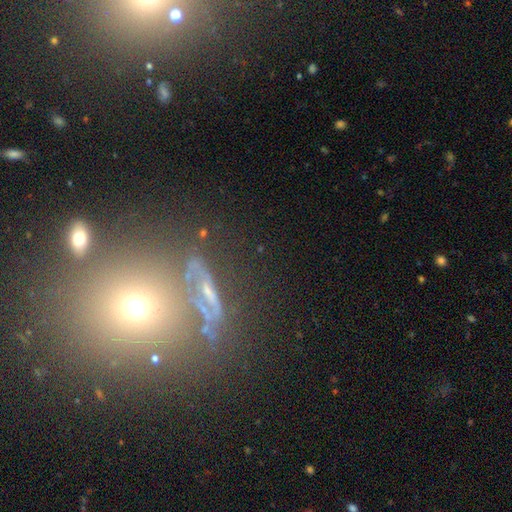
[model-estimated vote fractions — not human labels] Q: Smooth or featured?
A: star or artifact (50%); runner-up: smooth (31%)